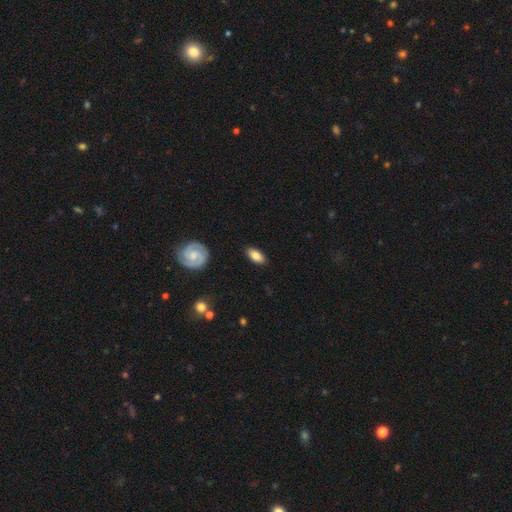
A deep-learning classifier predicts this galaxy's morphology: A smooth galaxy with no disk features (80%) that is in between round and cigar-shaped (87%). Merging: none (87%).